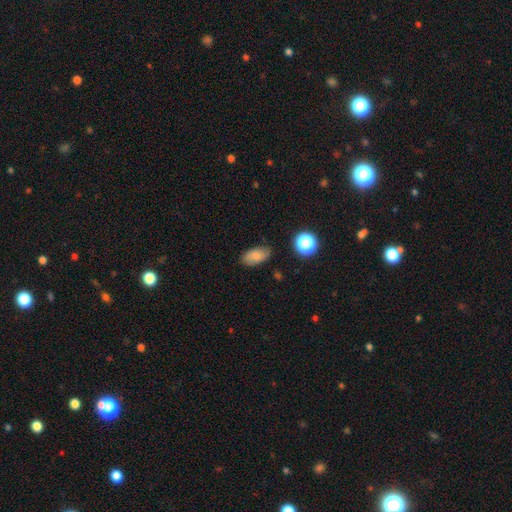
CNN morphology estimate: smooth-or-featured: smooth: 78% | featured or disk: 12% | star or artifact: 10%
  how-rounded: in between: 90% | round: 7% | cigar-shaped: 3%
  merging: none: 79% | minor disturbance: 16% | major disturbance: 3% | merger: 2%